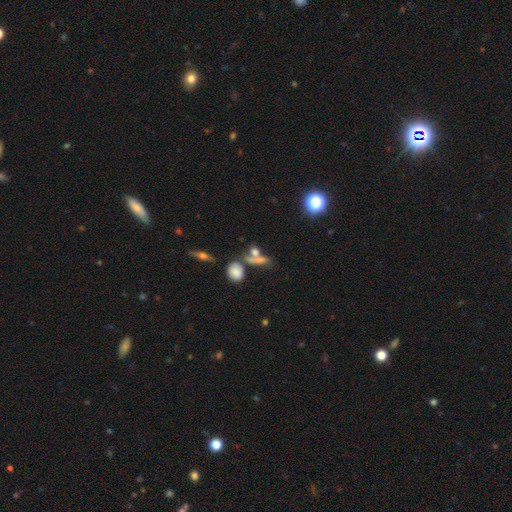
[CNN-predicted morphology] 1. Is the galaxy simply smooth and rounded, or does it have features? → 61% smooth, 23% featured or disk, 16% star or artifact.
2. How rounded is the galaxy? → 36% in between, 33% cigar-shaped, 31% round.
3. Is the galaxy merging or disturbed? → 44% none, 34% merger, 13% minor disturbance, 9% major disturbance.